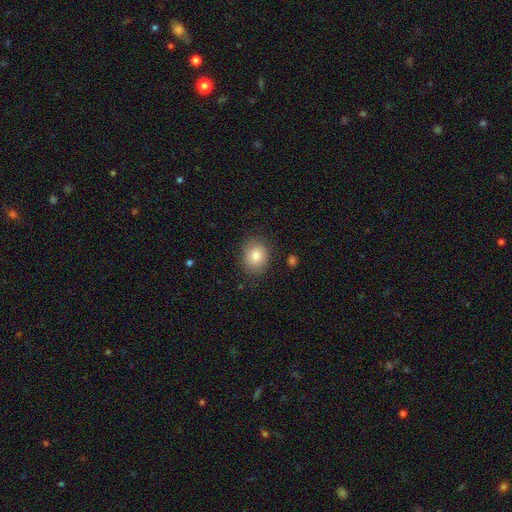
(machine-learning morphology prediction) Smooth or featured? Predicted: smooth (p=0.82). How rounded? Predicted: round (p=0.56). Merging? Predicted: none (p=0.83).